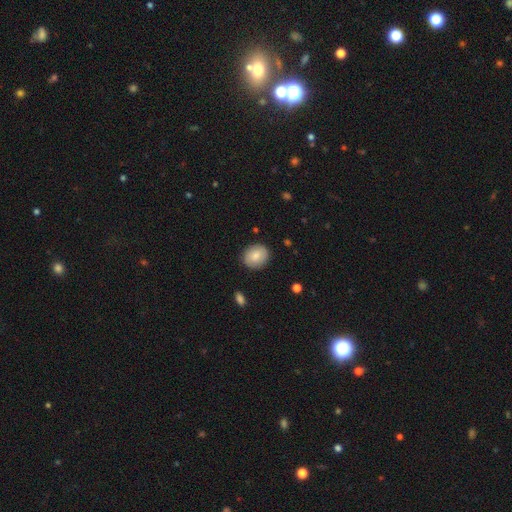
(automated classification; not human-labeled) A smooth galaxy with no disk features (77%) that is round (65%).

Vote fractions:
- Smooth or featured? smooth: 77% / featured or disk: 16% / star or artifact: 7%
- How rounded? round: 65% / in between: 34% / cigar-shaped: 1%
- Merging? none: 87% / minor disturbance: 10% / major disturbance: 2% / merger: 1%